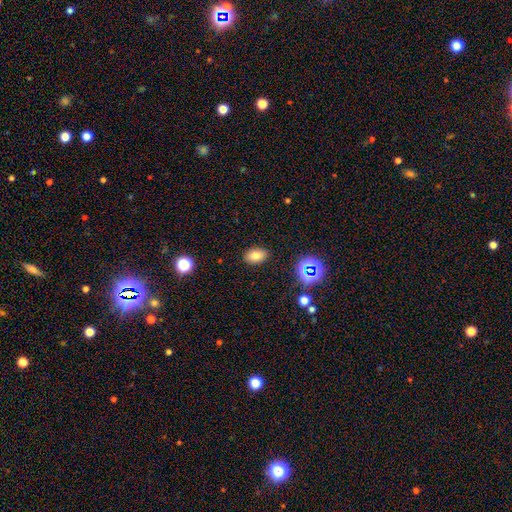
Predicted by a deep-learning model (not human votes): Smooth or featured? smooth (76%)
How rounded? in between (86%)
Merging? none (87%)